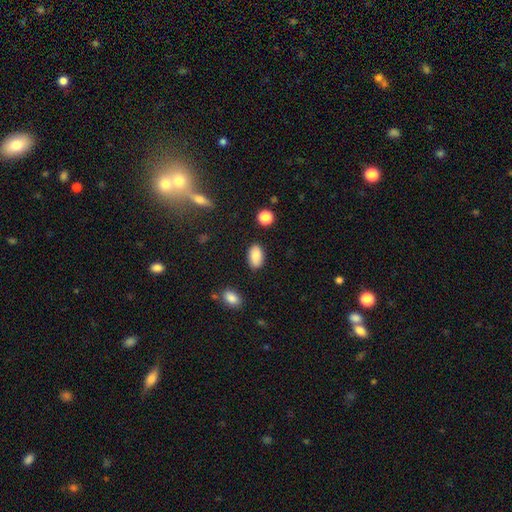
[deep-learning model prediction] This is clearly a smooth galaxy (85%). How rounded: clearly in between (93%). Merging: clearly none (85%).